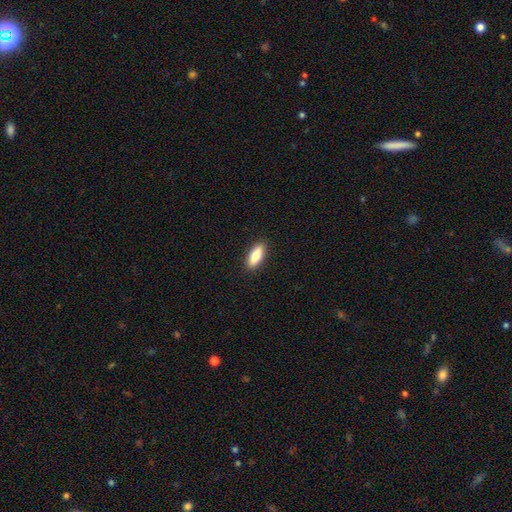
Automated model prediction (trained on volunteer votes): smooth 81%, featured or disk 13%, star or artifact 6%. Down the decision tree: how rounded — in between (71%); merging — none (90%).